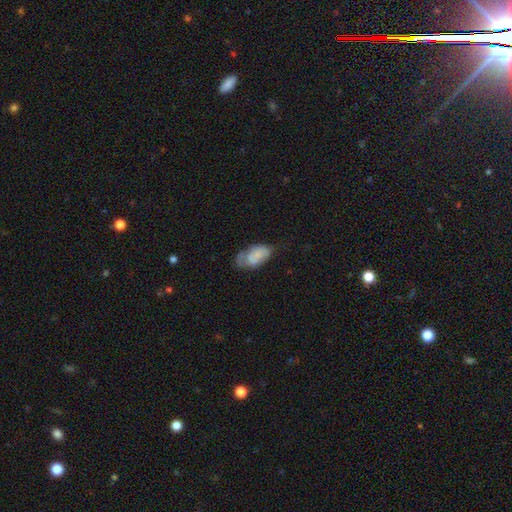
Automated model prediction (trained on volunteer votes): smooth_or_featured: smooth (p=0.63) [alt: featured or disk p=0.29]
how_rounded: in between (p=0.93) [alt: round p=0.05]
merging: none (p=0.39) [alt: minor disturbance p=0.35]